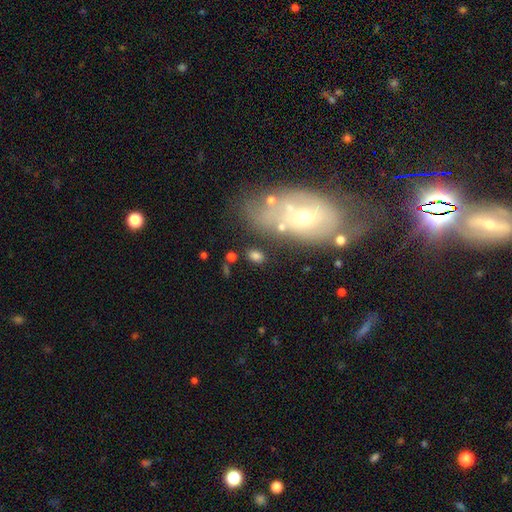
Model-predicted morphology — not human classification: This is likely a smooth galaxy (75%). How rounded: clearly in between (83%). Merging: likely none (72%).